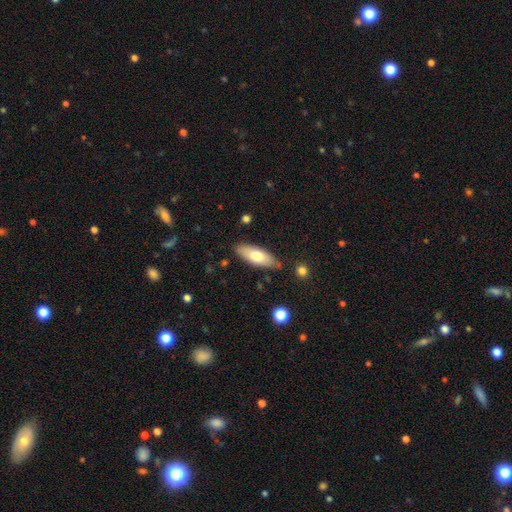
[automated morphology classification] A smooth galaxy with no disk features (69%) that is in between round and cigar-shaped (73%).

Vote fractions:
- Smooth or featured? smooth: 69% / featured or disk: 25% / star or artifact: 6%
- How rounded? in between: 73% / cigar-shaped: 25% / round: 2%
- Merging? none: 81% / minor disturbance: 13% / merger: 3% / major disturbance: 3%